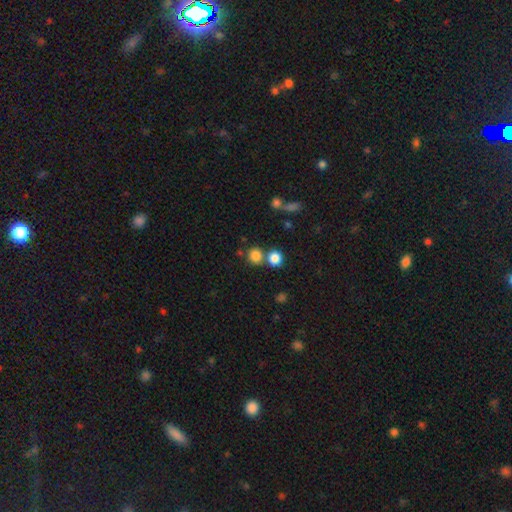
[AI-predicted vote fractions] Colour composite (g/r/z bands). It shows a smooth galaxy with no disk features (82%) that is round (87%). Merging: none (63%).